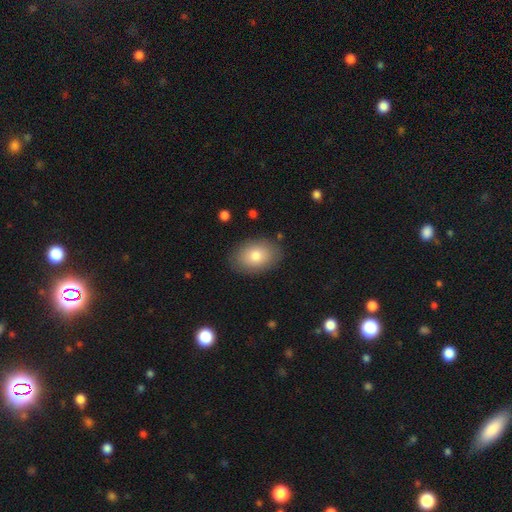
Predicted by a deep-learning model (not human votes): Morphology: type=smooth (78%); roundness=in between (82%); merging=none (86%).